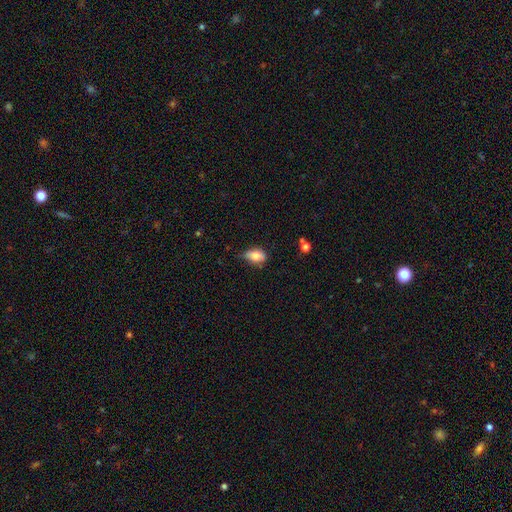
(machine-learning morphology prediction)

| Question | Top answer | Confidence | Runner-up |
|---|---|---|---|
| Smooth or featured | smooth | 78% | featured or disk (14%) |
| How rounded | in between | 82% | round (14%) |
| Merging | none | 47% | minor disturbance (40%) |